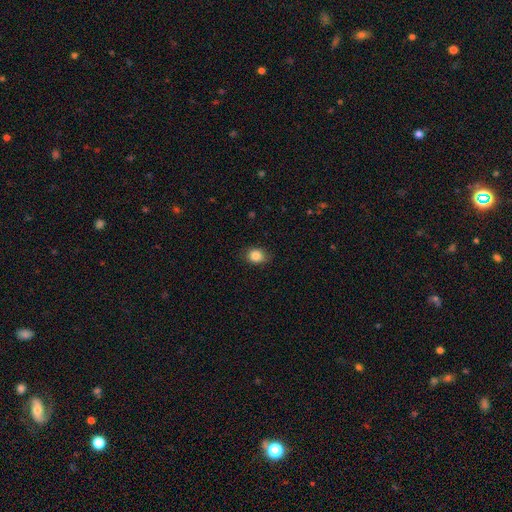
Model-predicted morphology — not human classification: smooth-or-featured: smooth: 85% | star or artifact: 9% | featured or disk: 5%
  how-rounded: in between: 51% | round: 48% | cigar-shaped: 1%
  merging: none: 81% | minor disturbance: 15% | major disturbance: 3% | merger: 1%